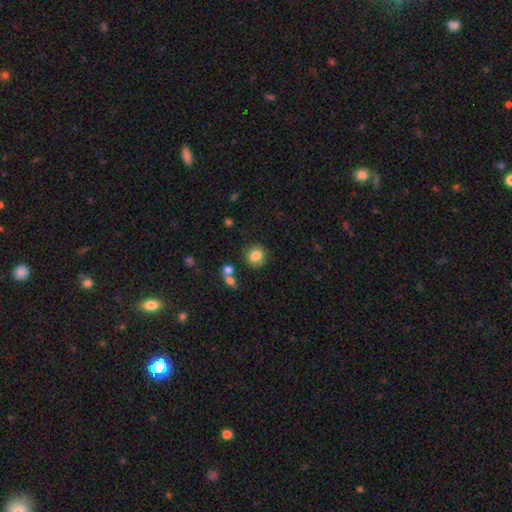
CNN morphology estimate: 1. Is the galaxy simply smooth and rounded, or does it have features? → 84% smooth, 9% star or artifact, 7% featured or disk.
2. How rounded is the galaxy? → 71% round, 28% in between, 1% cigar-shaped.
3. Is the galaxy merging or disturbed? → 80% none, 11% minor disturbance, 6% merger, 3% major disturbance.